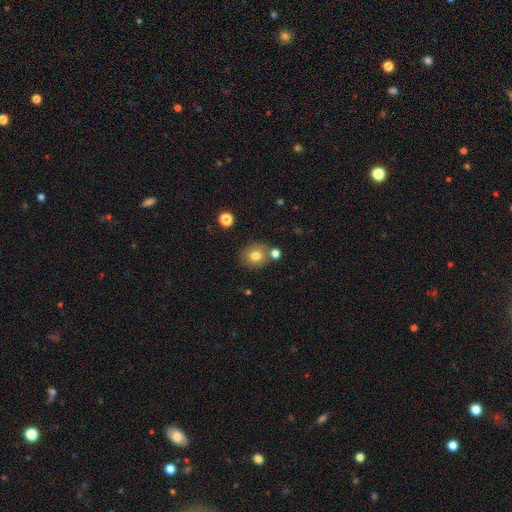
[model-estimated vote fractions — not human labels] Smooth or featured? smooth (78%)
How rounded? round (73%)
Merging? none (72%)